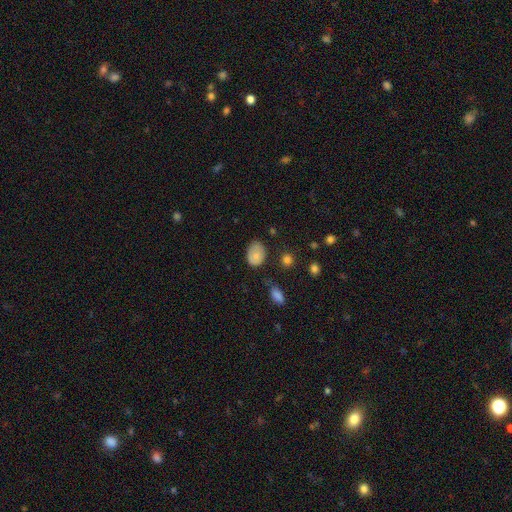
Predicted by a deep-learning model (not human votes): Overall: smooth (77%). How rounded: in between (74%). Merging: none (59%; minor disturbance 30%).